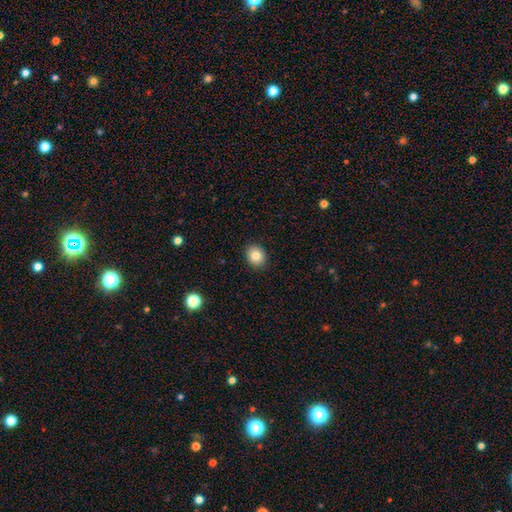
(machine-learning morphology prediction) A smooth galaxy with no disk features (82%) that is round (62%). Merging: none (91%).